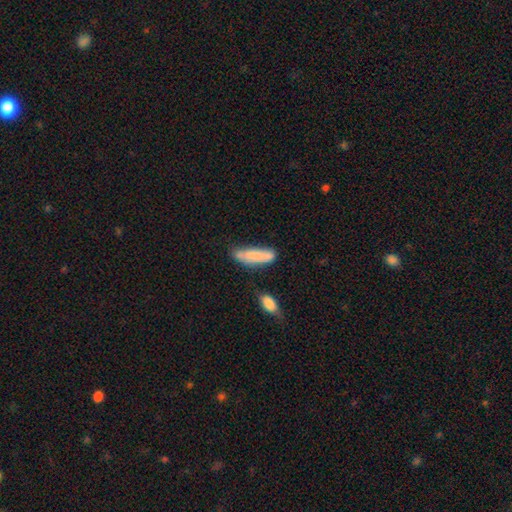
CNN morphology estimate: type=smooth (75%); roundness=cigar-shaped (69%); merging=none (55%).